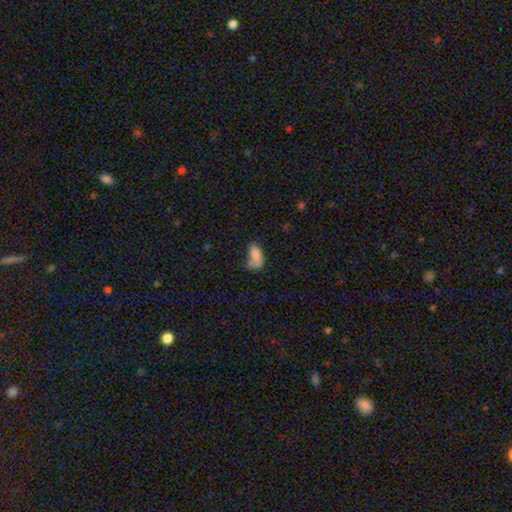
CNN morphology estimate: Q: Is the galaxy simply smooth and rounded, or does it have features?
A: smooth — 78%.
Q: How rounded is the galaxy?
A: in between — 90%.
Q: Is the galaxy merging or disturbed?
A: none — 29%.